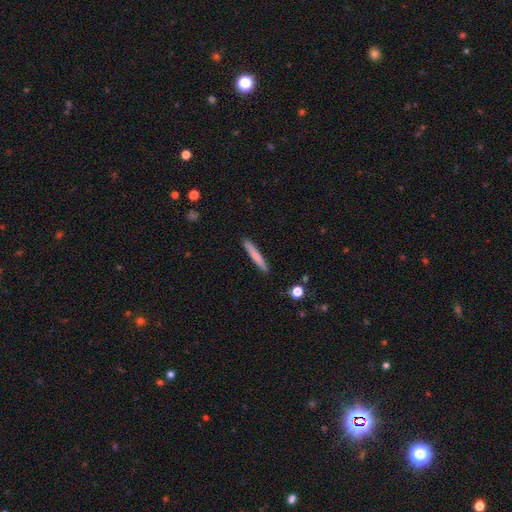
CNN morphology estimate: smooth_or_featured: smooth (p=0.72) [alt: featured or disk p=0.23]
how_rounded: cigar-shaped (p=0.96) [alt: in between p=0.03]
merging: none (p=0.90) [alt: minor disturbance p=0.07]